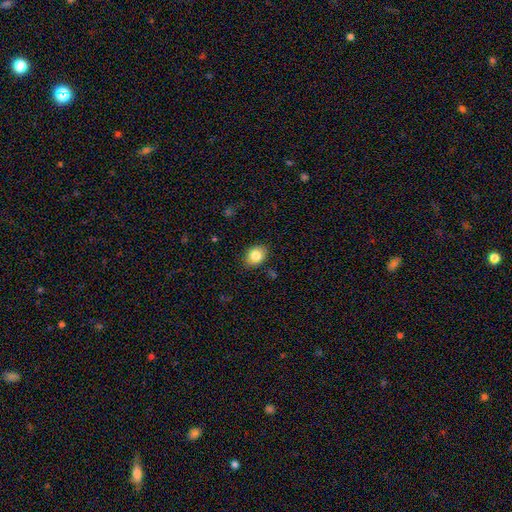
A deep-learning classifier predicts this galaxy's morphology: A smooth galaxy with no disk features (83%) that is in between round and cigar-shaped (59%). Merging: none (83%).